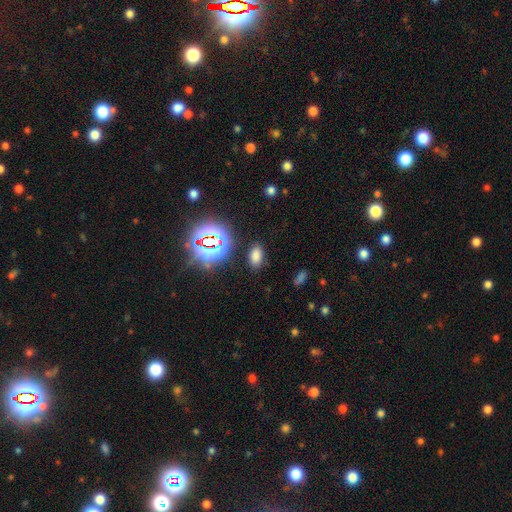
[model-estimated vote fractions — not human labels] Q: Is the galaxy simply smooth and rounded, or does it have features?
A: smooth — 70%.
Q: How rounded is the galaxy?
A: in between — 90%.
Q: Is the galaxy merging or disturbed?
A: none — 86%.